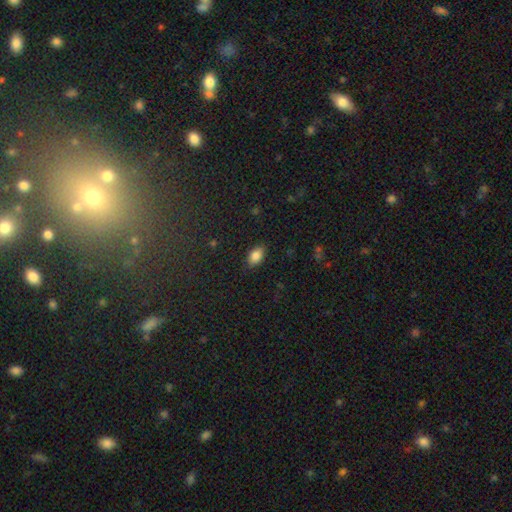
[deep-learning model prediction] Morphology: type=smooth (86%); roundness=in between (90%); merging=none (85%).